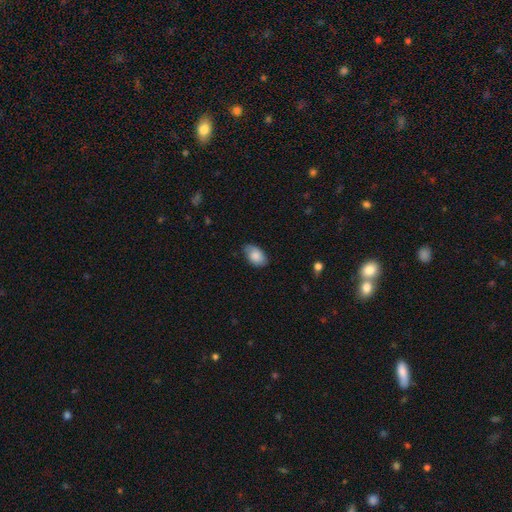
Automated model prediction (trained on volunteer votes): This appears to be a smooth galaxy with no disk features (84%) that is in between round and cigar-shaped (91%). Merging: none (72%).